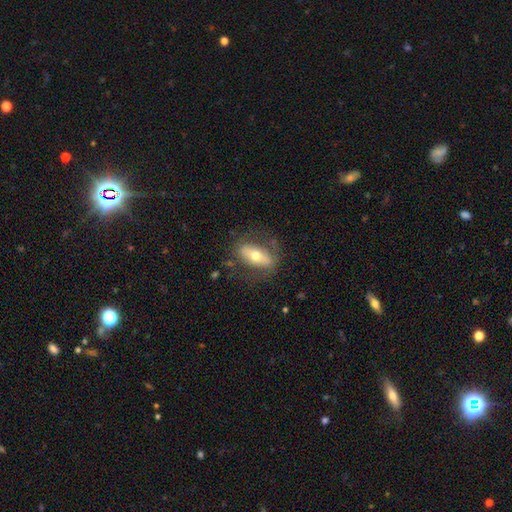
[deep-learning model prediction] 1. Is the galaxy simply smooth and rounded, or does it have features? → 50% smooth, 44% featured or disk, 7% star or artifact.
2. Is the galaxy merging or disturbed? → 71% none, 17% minor disturbance, 10% major disturbance, 2% merger.